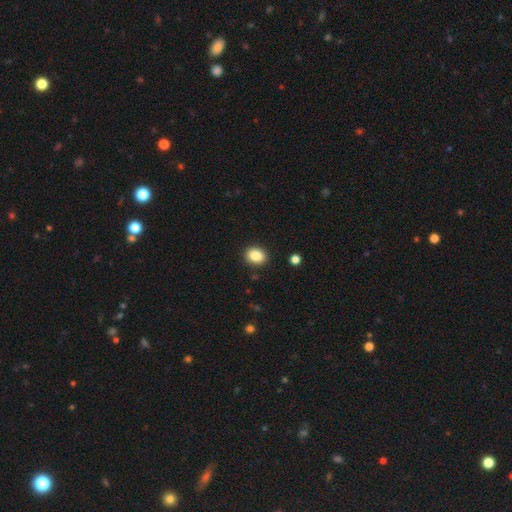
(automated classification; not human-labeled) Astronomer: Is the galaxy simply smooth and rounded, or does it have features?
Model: smooth — 86%.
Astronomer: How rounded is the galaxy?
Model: in between — 52% (runner-up: round, 47%).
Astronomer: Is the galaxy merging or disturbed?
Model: none — 89%.